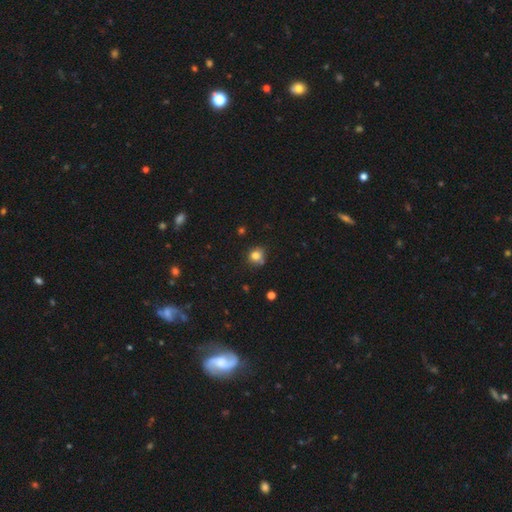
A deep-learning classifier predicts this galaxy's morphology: This appears to be a smooth galaxy with no disk features (80%) that is round (83%). Merging: none (68%).